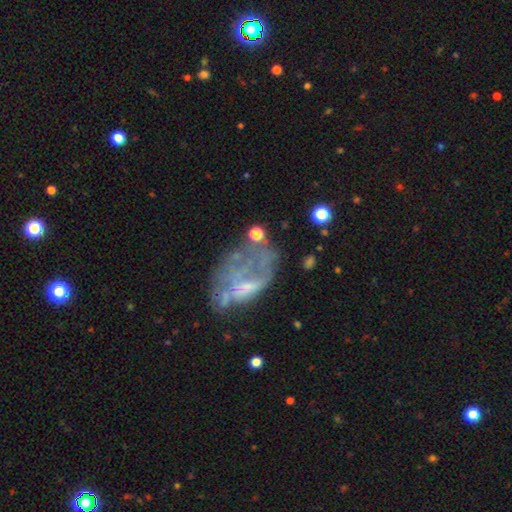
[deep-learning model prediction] This appears to be a featured or disk galaxy (60%) with no bar (72%), no spiral arms (75%) and no central bulge (47%). Merging: major disturbance (37%).